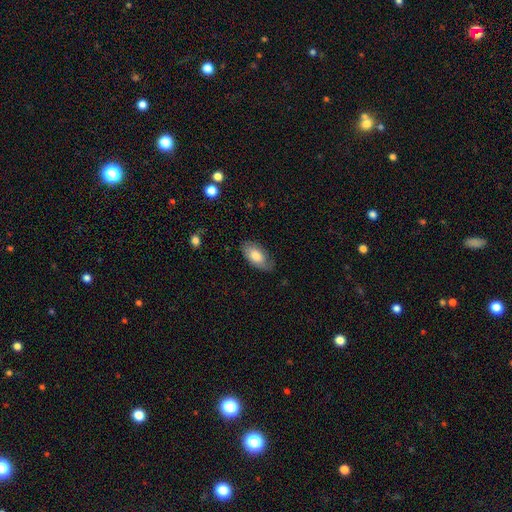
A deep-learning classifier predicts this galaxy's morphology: Overall: smooth (77%). How rounded: in between (93%). Merging: none (75%).